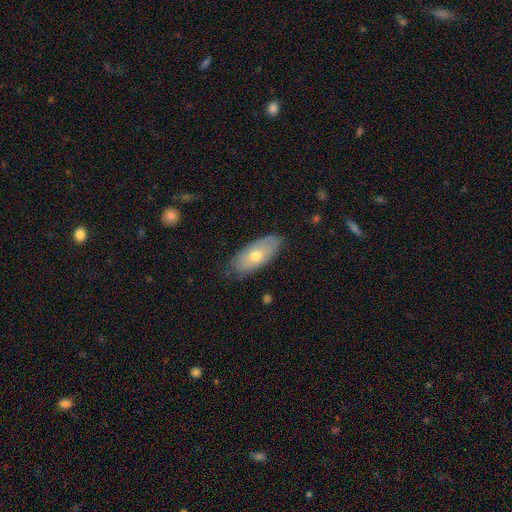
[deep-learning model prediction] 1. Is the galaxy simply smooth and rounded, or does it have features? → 62% smooth, 32% featured or disk, 6% star or artifact.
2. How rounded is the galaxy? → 87% in between, 10% cigar-shaped, 3% round.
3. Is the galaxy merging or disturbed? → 77% none, 19% minor disturbance, 3% major disturbance, 1% merger.